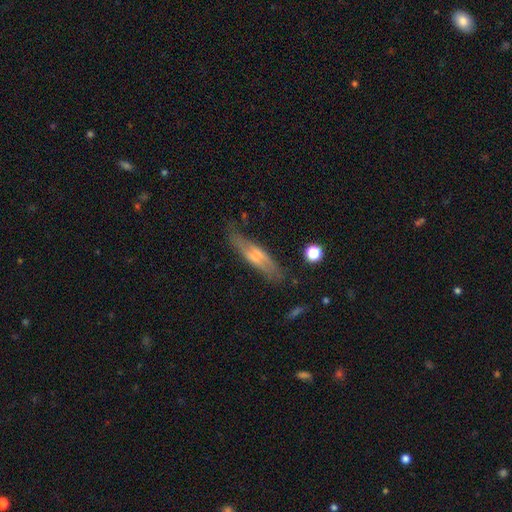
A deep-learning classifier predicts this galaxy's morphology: Smooth or featured: featured or disk — 51% (smooth — 41%)
Edge-on disk: yes — 63% (no — 37%)
Merging: none — 66% (minor disturbance — 22%)